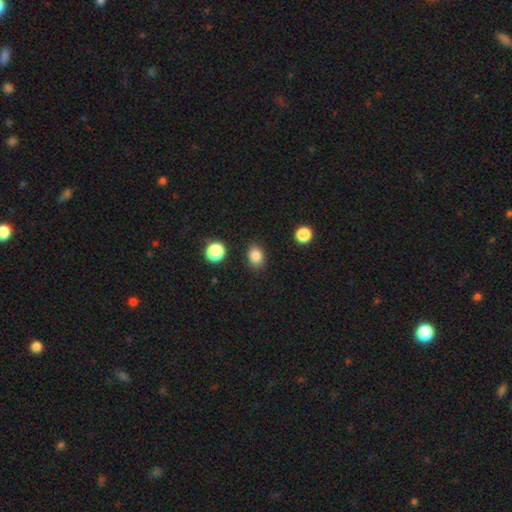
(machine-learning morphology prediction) This appears to be a smooth galaxy with no disk features (84%) that is in between round and cigar-shaped (61%). Merging: none (86%).